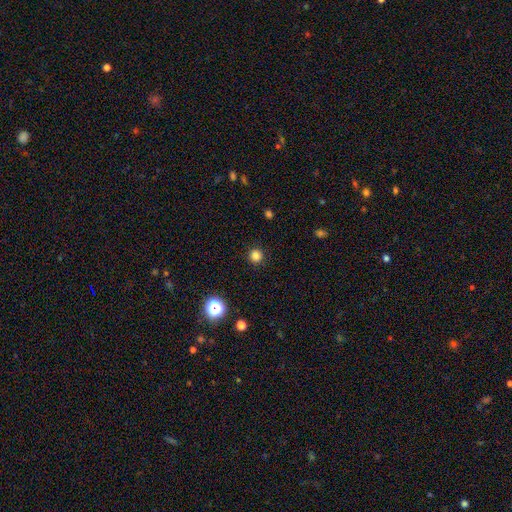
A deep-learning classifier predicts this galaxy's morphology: type=smooth (82%); roundness=round (95%); merging=none (92%).